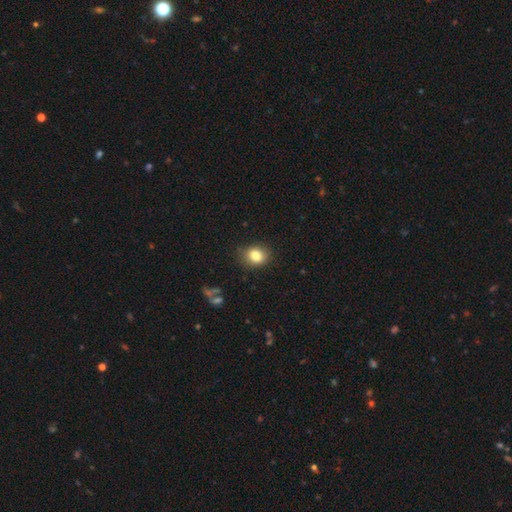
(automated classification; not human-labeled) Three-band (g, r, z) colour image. It shows a smooth galaxy with no disk features (83%) that is round (58%). Merging: none (81%).